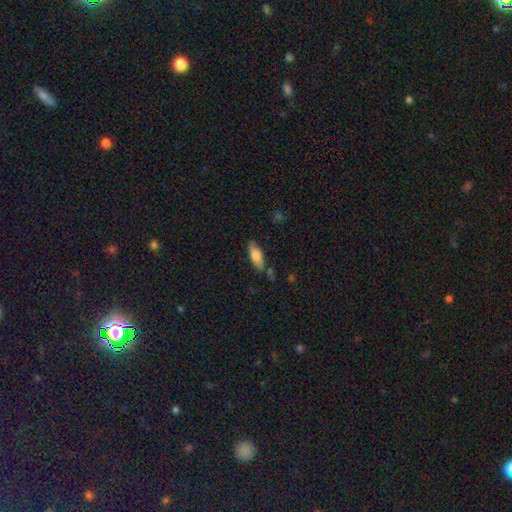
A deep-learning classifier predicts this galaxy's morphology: Smooth or featured: smooth — 73% (featured or disk — 20%)
How rounded: in between — 65% (cigar-shaped — 32%)
Merging: none — 70% (minor disturbance — 20%)